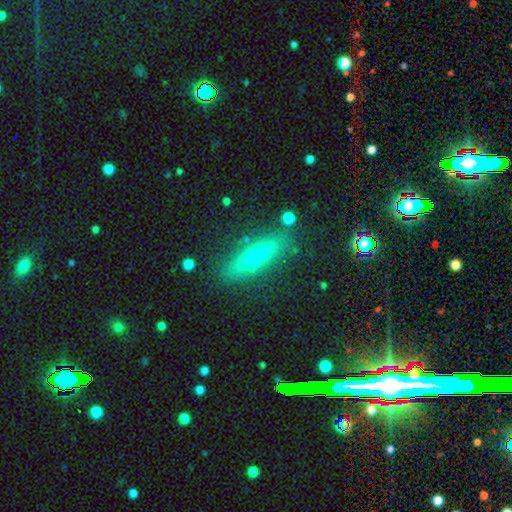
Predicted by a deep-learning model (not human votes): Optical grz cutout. It shows a smooth galaxy with no disk features (50%) that is cigar-shaped (69%). Merging: none (85%).